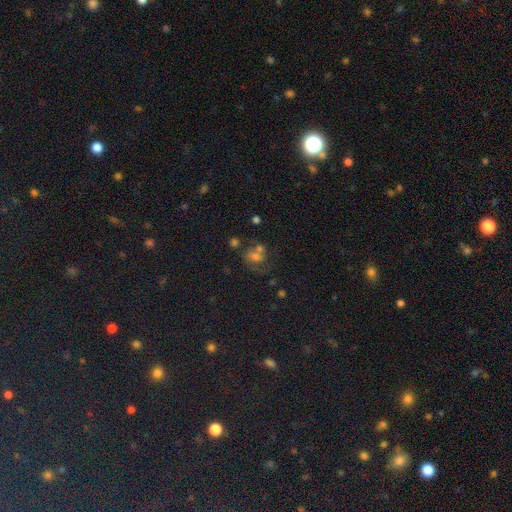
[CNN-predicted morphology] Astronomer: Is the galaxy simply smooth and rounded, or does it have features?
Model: featured or disk — 37% (runner-up: smooth, 34%).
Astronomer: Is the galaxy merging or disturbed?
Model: none — 41% (runner-up: merger, 26%).